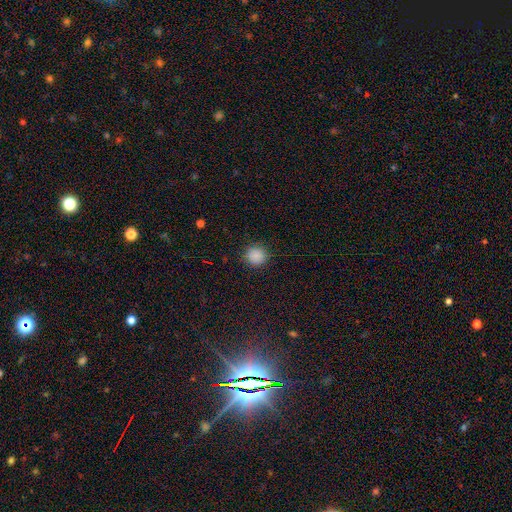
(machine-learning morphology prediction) Smooth or featured? Predicted: smooth (p=0.88). How rounded? Predicted: round (p=0.92). Merging? Predicted: none (p=0.90).